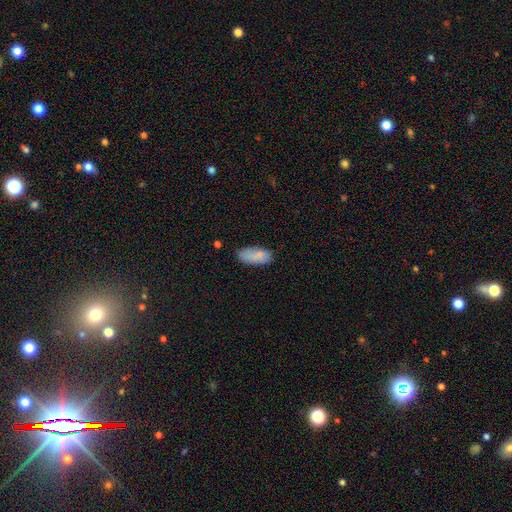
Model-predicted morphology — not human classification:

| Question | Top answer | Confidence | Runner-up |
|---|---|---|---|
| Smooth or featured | smooth | 80% | featured or disk (12%) |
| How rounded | in between | 86% | cigar-shaped (12%) |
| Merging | none | 66% | minor disturbance (25%) |